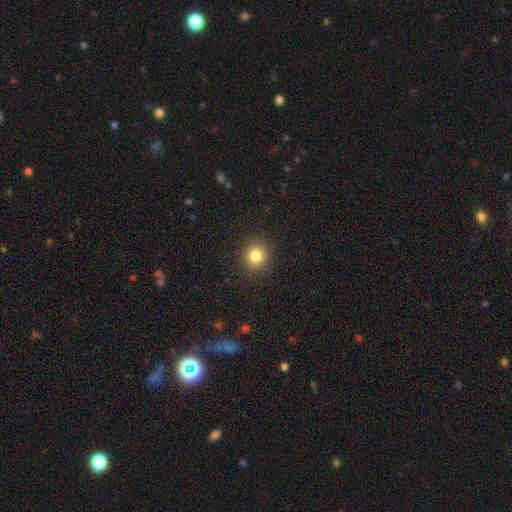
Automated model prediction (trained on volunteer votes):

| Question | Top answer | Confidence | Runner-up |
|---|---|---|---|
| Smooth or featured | smooth | 83% | star or artifact (11%) |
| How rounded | round | 90% | in between (9%) |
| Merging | none | 91% | minor disturbance (6%) |